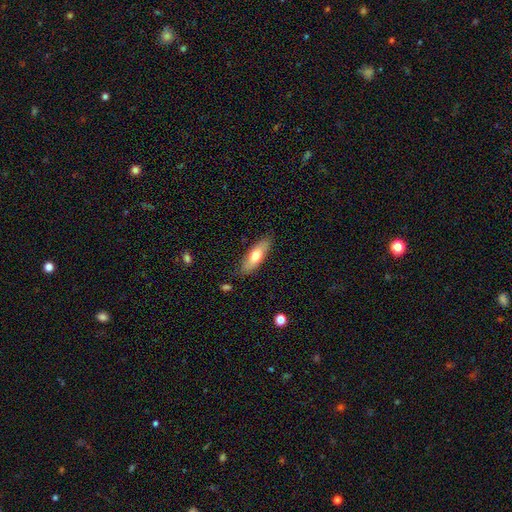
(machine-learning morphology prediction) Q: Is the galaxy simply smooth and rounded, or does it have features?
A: smooth — 67%.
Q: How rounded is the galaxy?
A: in between — 60%.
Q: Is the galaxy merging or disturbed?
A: none — 82%.